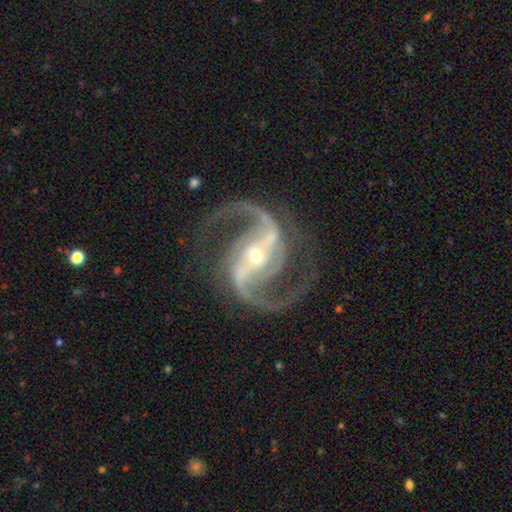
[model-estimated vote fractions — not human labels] Smooth or featured?
  - featured or disk: 94% *
  - star or artifact: 4%
  - smooth: 2%
Edge-on disk?
  - no: 98% *
  - yes: 2%
Bar?
  - strong: 58% *
  - weak: 28%
  - no: 14%
Spiral arms?
  - yes: 99% *
  - no: 1%
Spiral winding?
  - medium: 65% *
  - loose: 23%
  - tight: 12%
Spiral arm count?
  - 2: 84% *
  - 3: 8%
  - can't tell: 2%
  - 4: 2%
  - 1: 2%
  - more than 4: 2%
Bulge size?
  - small: 60% *
  - moderate: 36%
  - large: 2%
  - none: 1%
  - dominant: 1%
Merging?
  - none: 80% *
  - minor disturbance: 12%
  - major disturbance: 7%
  - merger: 1%